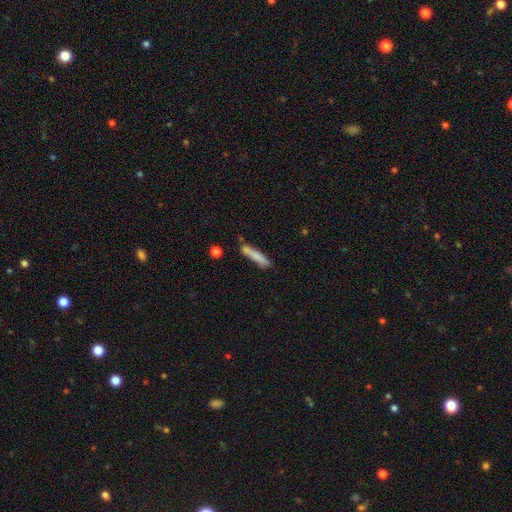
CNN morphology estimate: type=smooth (78%); roundness=cigar-shaped (91%); merging=none (73%).